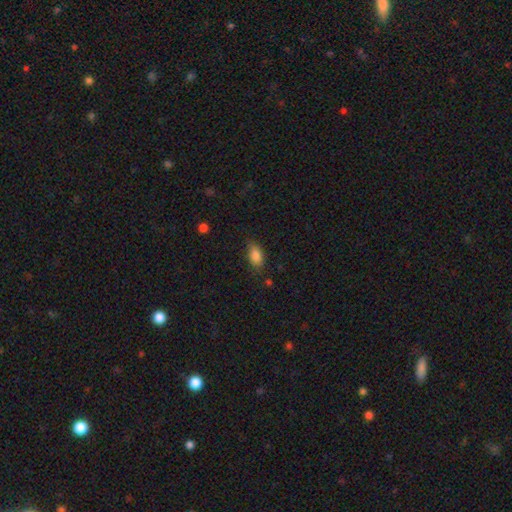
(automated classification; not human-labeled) smooth 85%, star or artifact 8%, featured or disk 7%. Down the decision tree: how rounded — in between (89%); merging — none (74%).